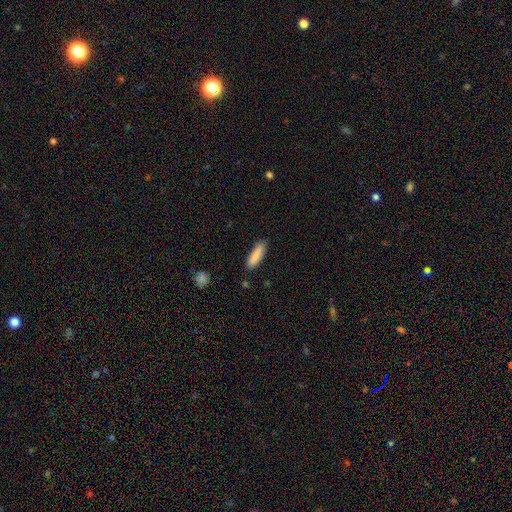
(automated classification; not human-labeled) Overall: smooth (87%). How rounded: cigar-shaped (63%; in between 36%). Merging: none (82%).